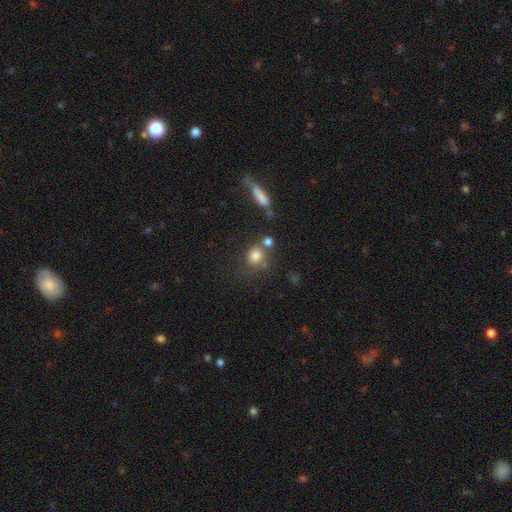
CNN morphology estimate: This is likely a smooth galaxy (79%). How rounded: likely round (74%). Merging: possibly none (57%).